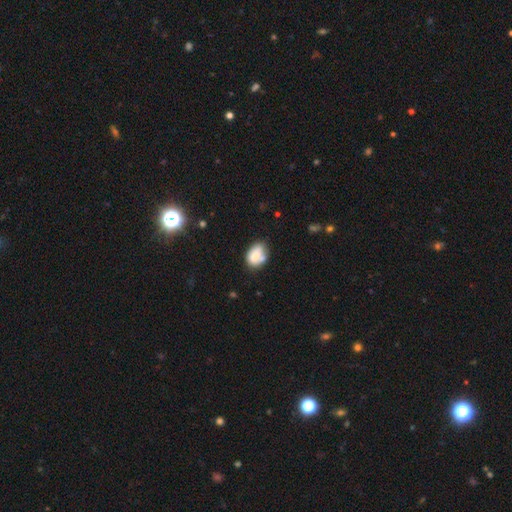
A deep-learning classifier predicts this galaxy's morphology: A smooth galaxy with no disk features (73%) that is in between round and cigar-shaped (78%).

Vote fractions:
- Smooth or featured? smooth: 73% / featured or disk: 19% / star or artifact: 9%
- How rounded? in between: 78% / round: 21% / cigar-shaped: 1%
- Merging? none: 48% / minor disturbance: 26% / merger: 18% / major disturbance: 8%